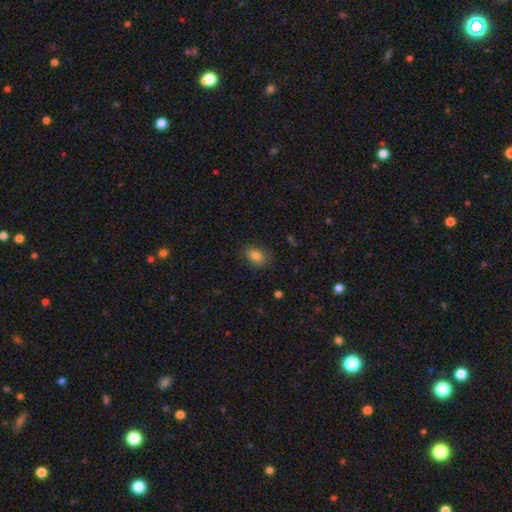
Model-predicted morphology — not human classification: Overall: smooth (82%). How rounded: in between (79%). Merging: none (79%).